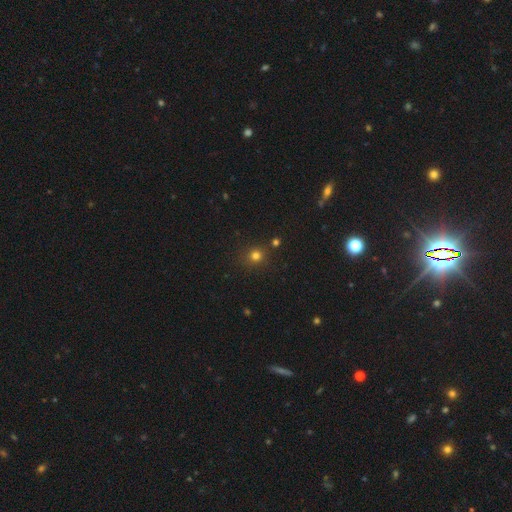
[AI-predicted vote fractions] smooth 75%, star or artifact 19%, featured or disk 6%. Down the decision tree: how rounded — round (88%); merging — none (82%).